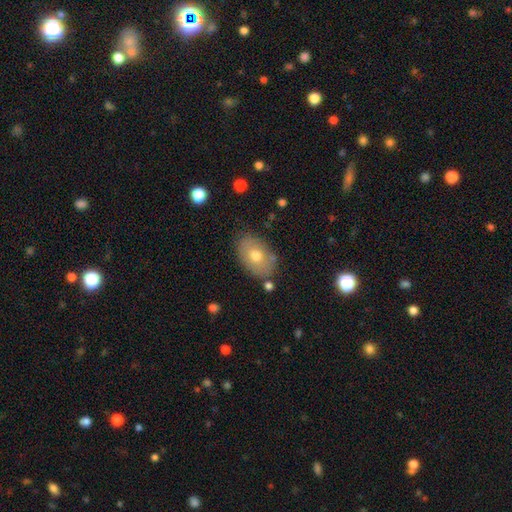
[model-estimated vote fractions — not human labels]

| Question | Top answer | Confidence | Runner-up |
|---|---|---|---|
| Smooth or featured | smooth | 68% | featured or disk (23%) |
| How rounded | in between | 87% | round (12%) |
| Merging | none | 80% | minor disturbance (14%) |